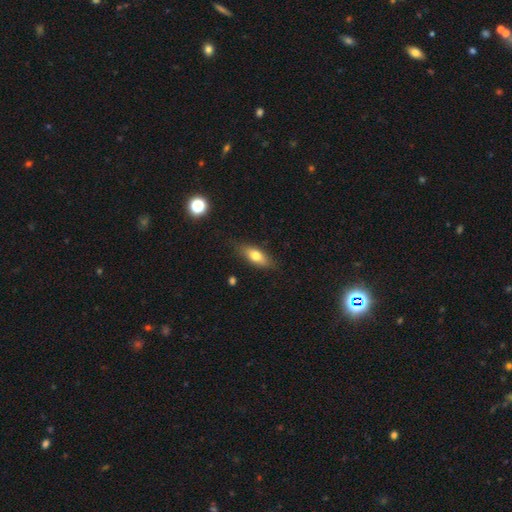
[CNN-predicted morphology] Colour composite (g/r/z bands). It shows a smooth galaxy with no disk features (70%) that is in between round and cigar-shaped (70%). Merging: none (81%).